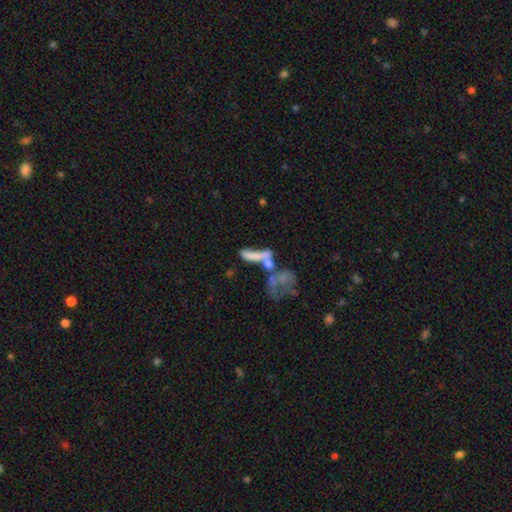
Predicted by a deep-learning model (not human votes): A smooth galaxy with no disk features (50%). Merging: merger (58%).